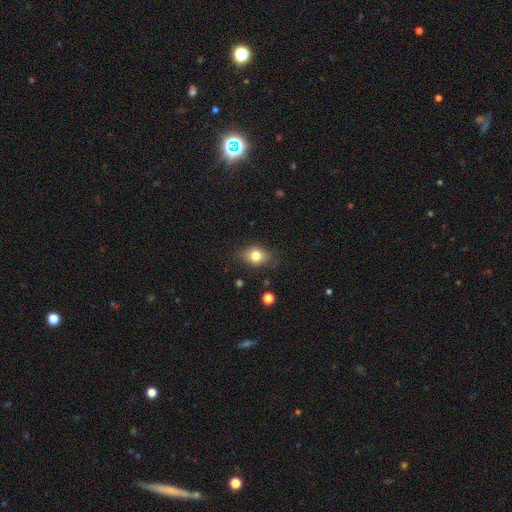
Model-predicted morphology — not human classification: A smooth galaxy with no disk features (77%) that is in between round and cigar-shaped (57%).

Vote fractions:
- Smooth or featured? smooth: 77% / featured or disk: 13% / star or artifact: 10%
- How rounded? in between: 57% / round: 41% / cigar-shaped: 2%
- Merging? none: 77% / minor disturbance: 17% / major disturbance: 4% / merger: 1%